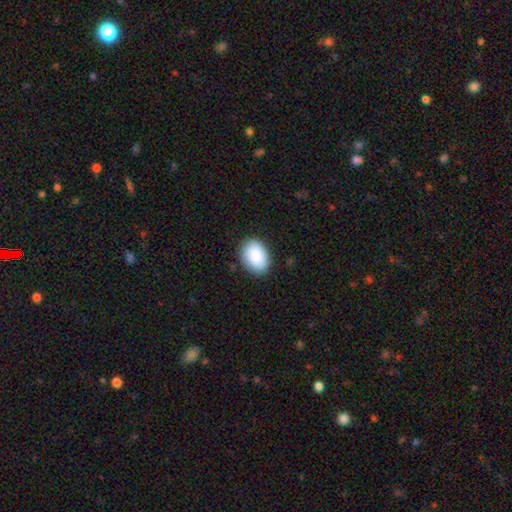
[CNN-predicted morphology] This appears to be a smooth galaxy with no disk features (89%) that is in between round and cigar-shaped (80%). Merging: none (85%).